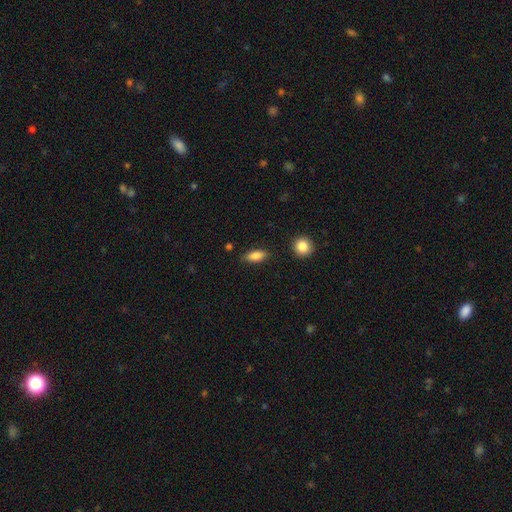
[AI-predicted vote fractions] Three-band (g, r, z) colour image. It shows a smooth galaxy with no disk features (85%) that is in between round and cigar-shaped (82%). Merging: none (83%).